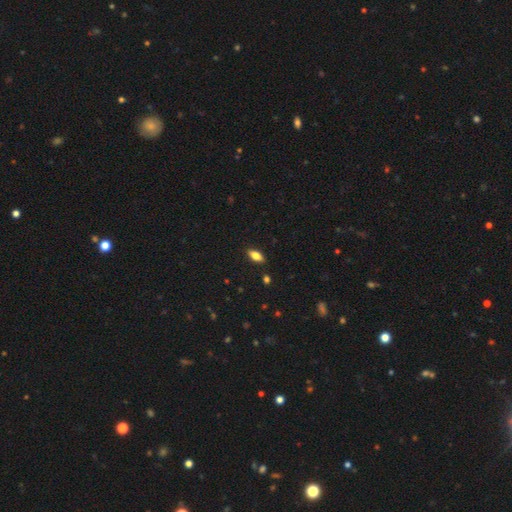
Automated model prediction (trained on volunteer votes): Overall: smooth (74%). How rounded: in between (82%). Merging: none (88%).